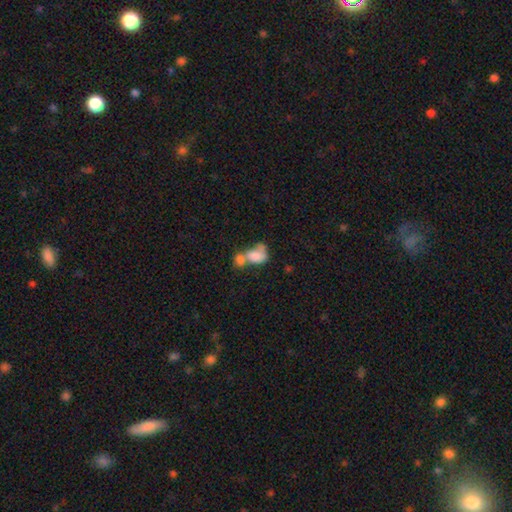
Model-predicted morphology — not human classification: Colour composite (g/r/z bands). It shows a smooth galaxy with no disk features (72%) that is in between round and cigar-shaped (82%). Merging: merger (71%).